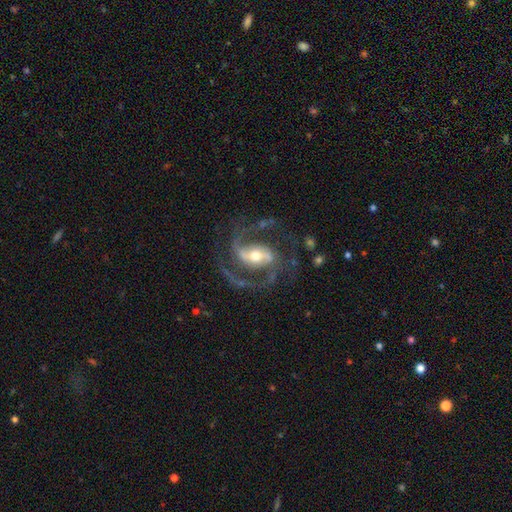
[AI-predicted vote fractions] Overall: featured or disk (91%). Edge-on disk: no (97%). Bar: strong (48%; weak 36%). Spiral arms: yes (97%). Spiral arm count: 2 (78%). Spiral winding: medium (60%; loose 23%). Bulge size: moderate (63%; small 28%). Merging: none (68%).